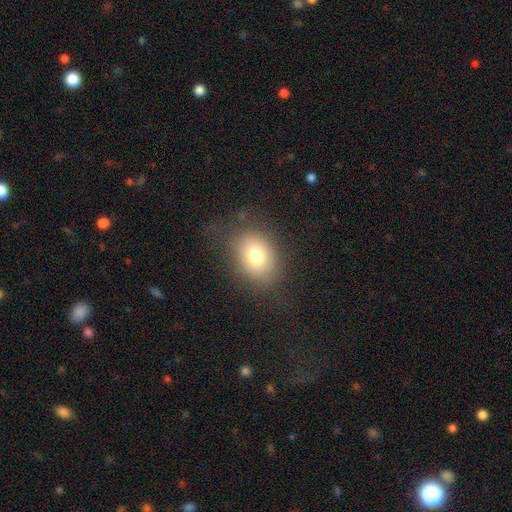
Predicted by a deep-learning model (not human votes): Smooth or featured: smooth — 76% (featured or disk — 13%)
How rounded: in between — 64% (round — 35%)
Merging: none — 73% (minor disturbance — 17%)